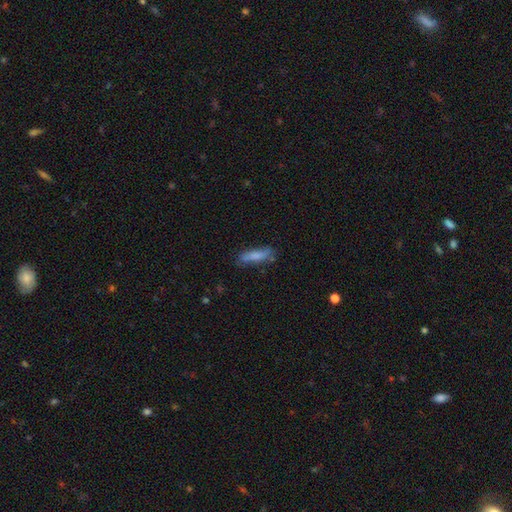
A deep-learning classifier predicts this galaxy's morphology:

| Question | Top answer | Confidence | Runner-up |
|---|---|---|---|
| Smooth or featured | smooth | 74% | featured or disk (19%) |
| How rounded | cigar-shaped | 72% | in between (26%) |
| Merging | none | 71% | minor disturbance (21%) |